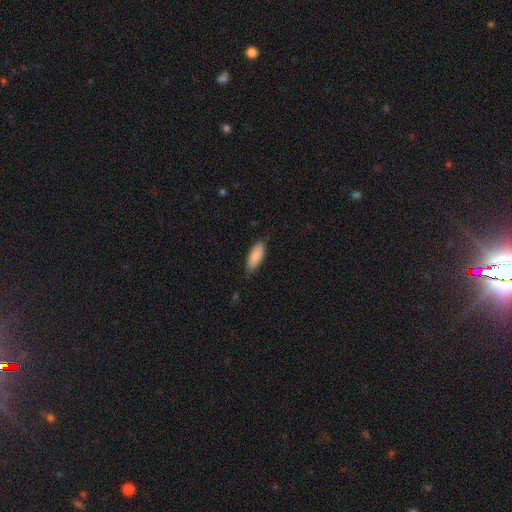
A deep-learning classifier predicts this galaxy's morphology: smooth 87%, featured or disk 7%, star or artifact 6%. Down the decision tree: how rounded — in between (75%); merging — none (78%).